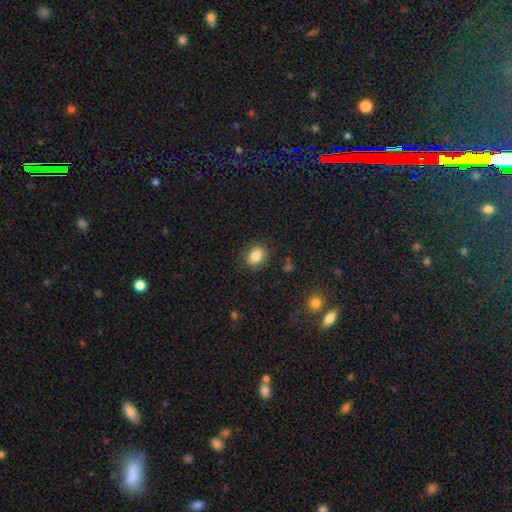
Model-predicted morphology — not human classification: type=smooth (83%); roundness=in between (64%); merging=none (83%).